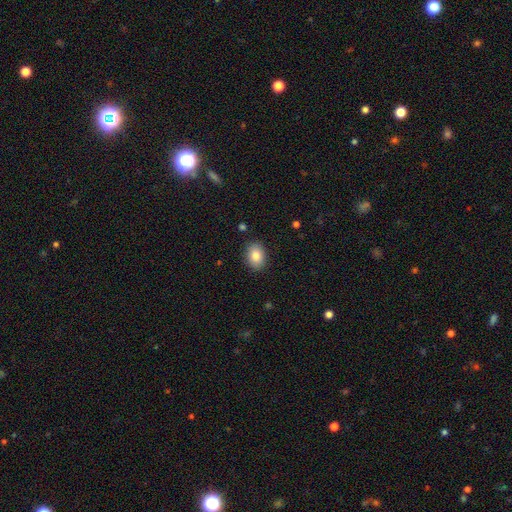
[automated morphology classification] smooth_or_featured: smooth (p=0.85) [alt: star or artifact p=0.08]
how_rounded: in between (p=0.76) [alt: round p=0.23]
merging: none (p=0.87) [alt: minor disturbance p=0.09]